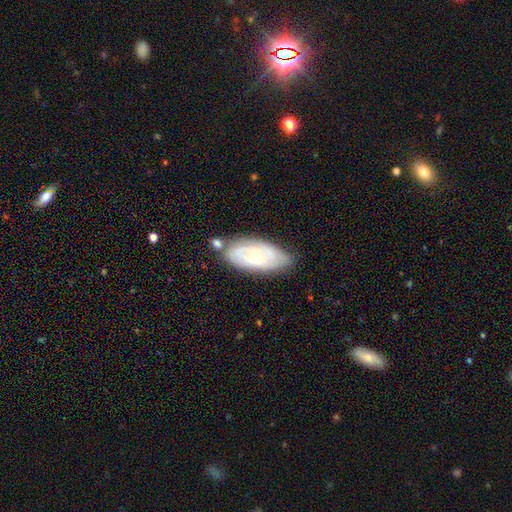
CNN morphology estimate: This is likely a featured or disk galaxy (66%). It is clearly not viewed edge-on (89%). Bar: possibly no (59%). Spiral arm pattern: likely yes (72%). Central bulge: likely moderate (70%). Merging: likely none (66%).